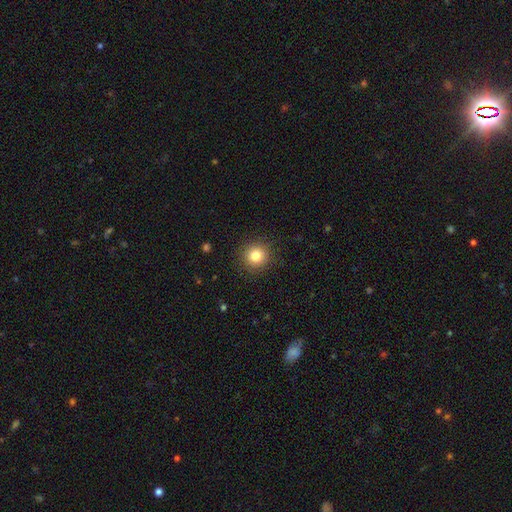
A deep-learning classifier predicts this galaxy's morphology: Smooth or featured? smooth (82%)
How rounded? round (94%)
Merging? none (91%)